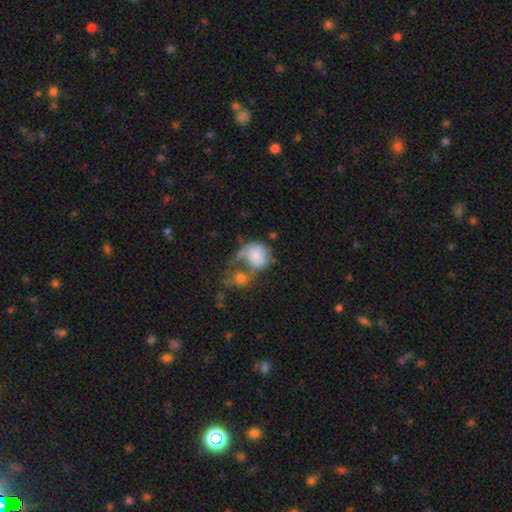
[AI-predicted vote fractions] The model was most divided on "merging": merger: 42%, major disturbance: 31%, none: 15%, minor disturbance: 12%. More confident: smooth or featured — smooth (69%); how rounded — round (57%).